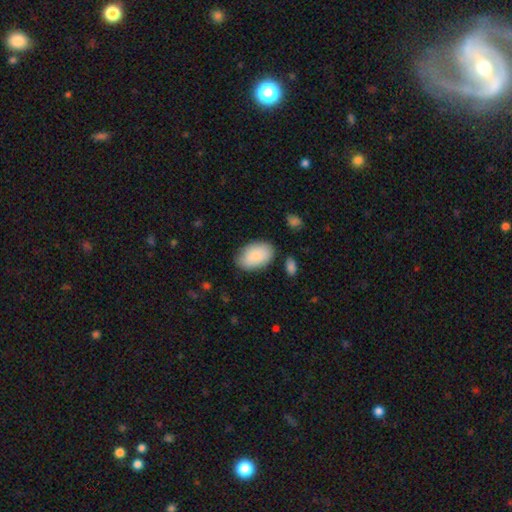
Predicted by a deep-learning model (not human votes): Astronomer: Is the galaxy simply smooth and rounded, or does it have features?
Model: smooth — 88%.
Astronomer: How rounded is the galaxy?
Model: in between — 93%.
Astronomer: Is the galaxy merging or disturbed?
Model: none — 79%.